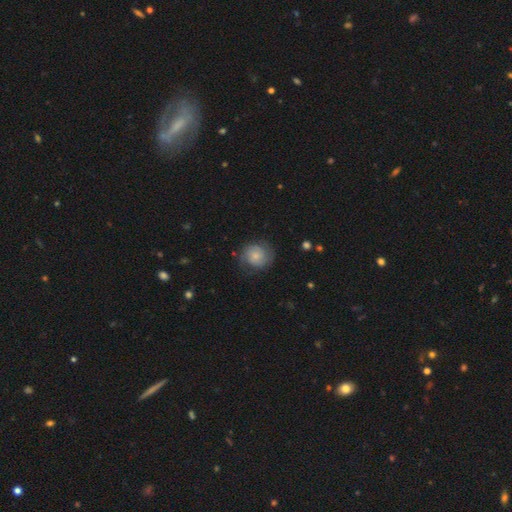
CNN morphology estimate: Smooth or featured? Predicted: smooth (p=0.48). Merging? Predicted: none (p=0.71).